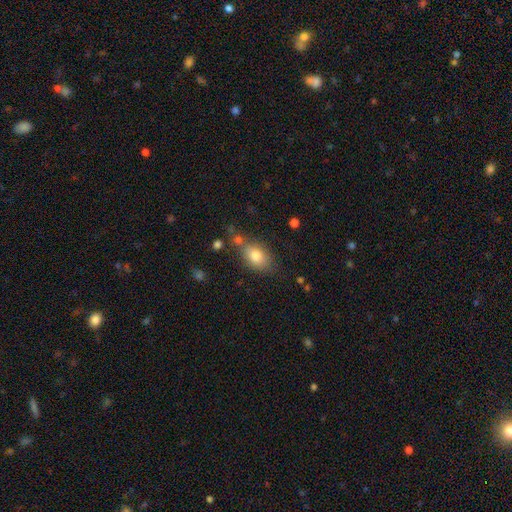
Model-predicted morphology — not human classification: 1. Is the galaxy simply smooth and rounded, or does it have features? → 79% smooth, 12% featured or disk, 9% star or artifact.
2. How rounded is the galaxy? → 79% in between, 19% round, 2% cigar-shaped.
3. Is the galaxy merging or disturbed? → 64% none, 18% minor disturbance, 13% merger, 6% major disturbance.